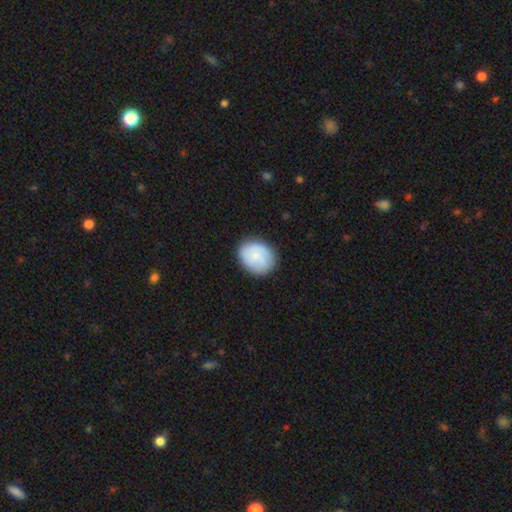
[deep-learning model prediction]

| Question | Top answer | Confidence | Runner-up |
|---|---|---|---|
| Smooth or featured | smooth | 74% | featured or disk (19%) |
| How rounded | round | 60% | in between (39%) |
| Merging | none | 83% | minor disturbance (13%) |